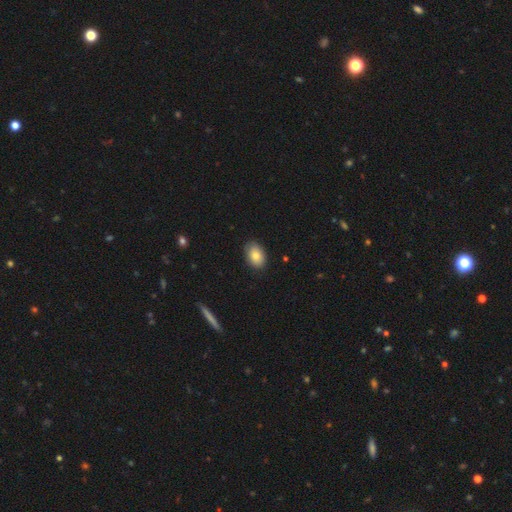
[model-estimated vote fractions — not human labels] This is clearly a smooth galaxy (82%). How rounded: clearly in between (85%). Merging: clearly none (86%).